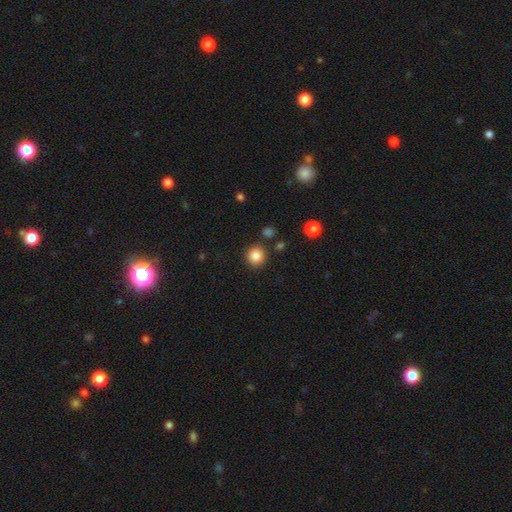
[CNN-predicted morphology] smooth-or-featured: smooth: 86% | star or artifact: 10% | featured or disk: 4%
  how-rounded: round: 92% | in between: 7% | cigar-shaped: 1%
  merging: none: 87% | minor disturbance: 7% | merger: 3% | major disturbance: 3%